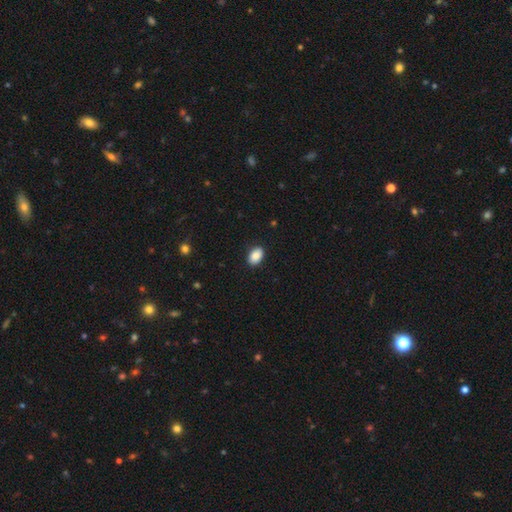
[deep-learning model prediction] A smooth galaxy with no disk features (88%) that is in between round and cigar-shaped (88%). Merging: none (89%).